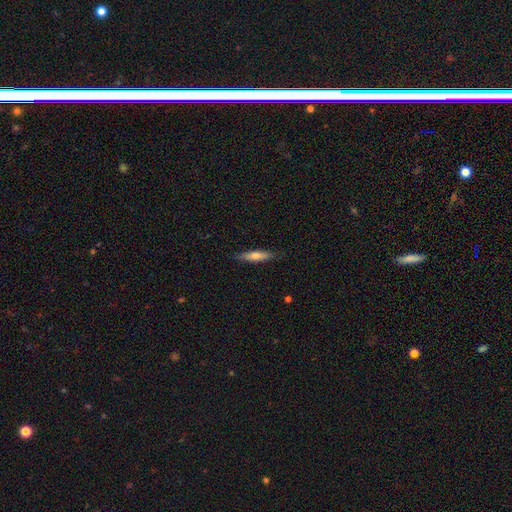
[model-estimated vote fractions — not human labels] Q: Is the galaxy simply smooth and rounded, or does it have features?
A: smooth — 57%.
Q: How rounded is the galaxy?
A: cigar-shaped — 84%.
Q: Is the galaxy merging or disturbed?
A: none — 86%.